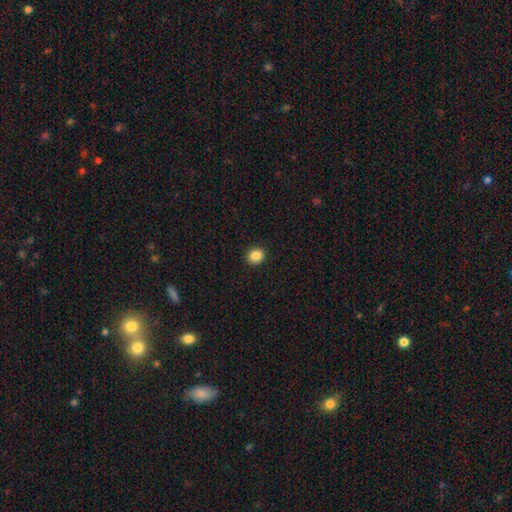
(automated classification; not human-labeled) smooth_or_featured: smooth (p=0.86) [alt: star or artifact p=0.10]
how_rounded: round (p=0.81) [alt: in between p=0.18]
merging: none (p=0.93) [alt: minor disturbance p=0.05]